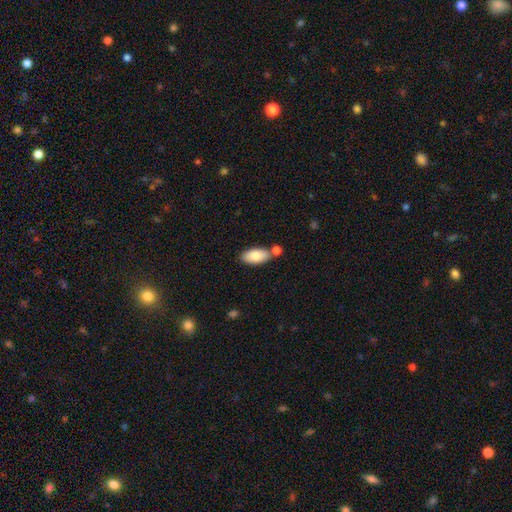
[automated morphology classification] The model was most divided on "merging": none: 67%, merger: 18%, minor disturbance: 13%, major disturbance: 3%. More confident: how rounded — in between (92%); smooth or featured — smooth (85%).